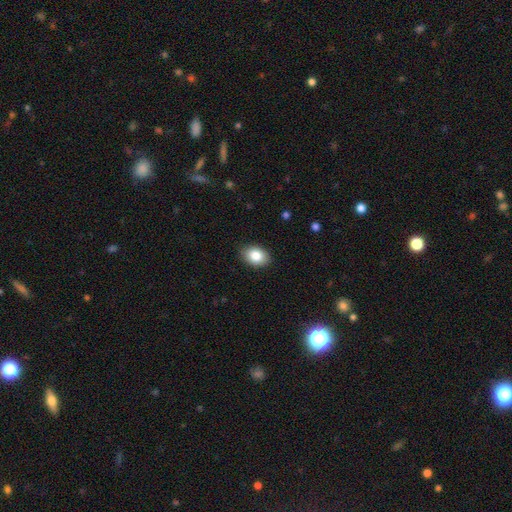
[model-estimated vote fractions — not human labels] Smooth or featured? smooth (85%)
How rounded? in between (77%)
Merging? none (88%)